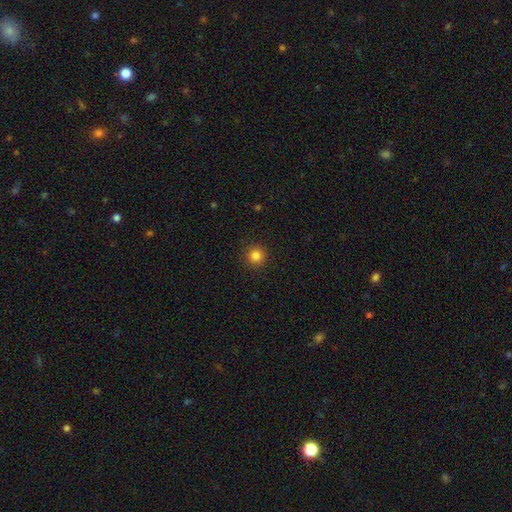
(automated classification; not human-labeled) smooth_or_featured: smooth (p=0.84) [alt: star or artifact p=0.12]
how_rounded: round (p=0.95) [alt: in between p=0.04]
merging: none (p=0.92) [alt: minor disturbance p=0.05]